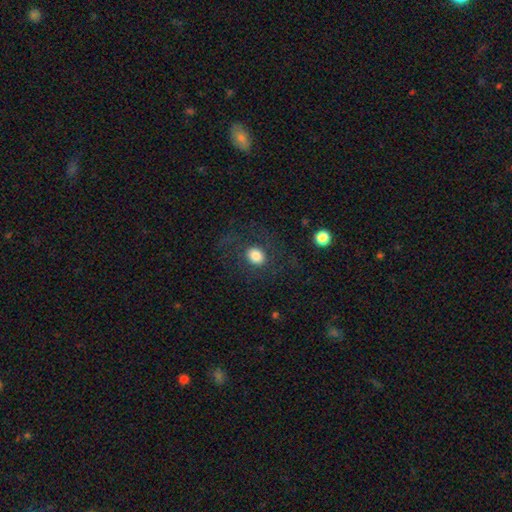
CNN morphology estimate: A smooth galaxy with no disk features (77%) that is round (55%).

Vote fractions:
- Smooth or featured? smooth: 77% / featured or disk: 13% / star or artifact: 10%
- How rounded? round: 55% / in between: 44% / cigar-shaped: 1%
- Merging? none: 76% / major disturbance: 12% / minor disturbance: 11% / merger: 1%